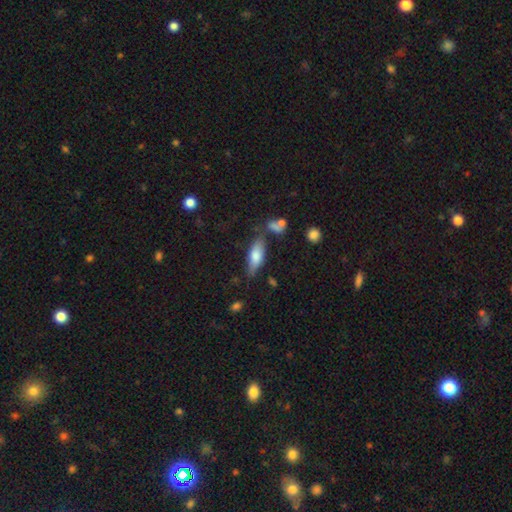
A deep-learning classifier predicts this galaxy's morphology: smooth-or-featured: smooth: 69% | featured or disk: 25% | star or artifact: 7%
  how-rounded: in between: 66% | cigar-shaped: 32% | round: 2%
  merging: none: 67% | minor disturbance: 19% | merger: 8% | major disturbance: 6%